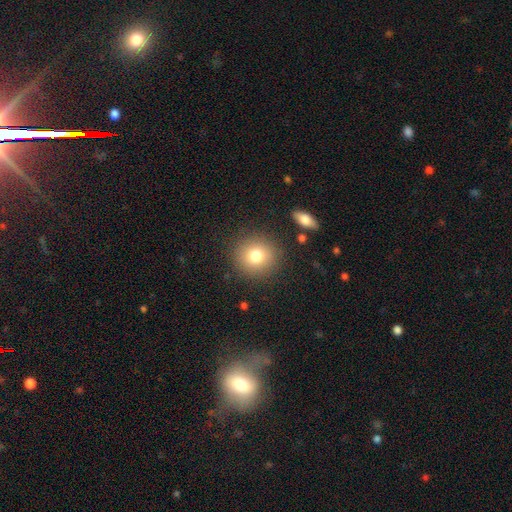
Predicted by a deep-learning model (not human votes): Overall: smooth (77%). How rounded: round (91%). Merging: none (87%).